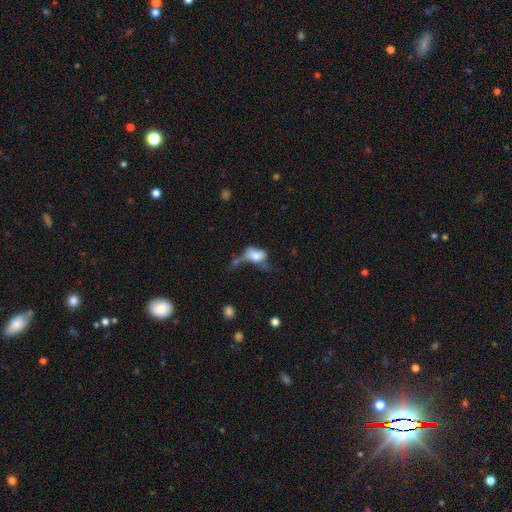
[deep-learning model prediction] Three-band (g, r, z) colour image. It shows a smooth galaxy with no disk features (63%) that is in between round and cigar-shaped (79%). Merging: major disturbance (39%).